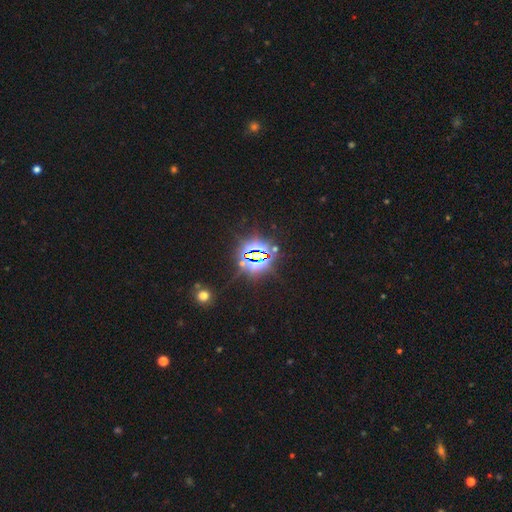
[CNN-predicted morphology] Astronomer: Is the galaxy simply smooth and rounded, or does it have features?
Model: star or artifact — 83%.